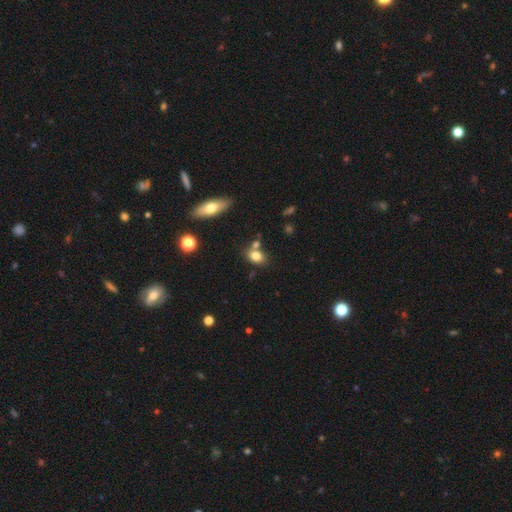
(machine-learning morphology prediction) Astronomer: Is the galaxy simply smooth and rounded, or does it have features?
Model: smooth — 79%.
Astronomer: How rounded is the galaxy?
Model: in between — 70%.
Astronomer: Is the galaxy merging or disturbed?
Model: none — 60%.